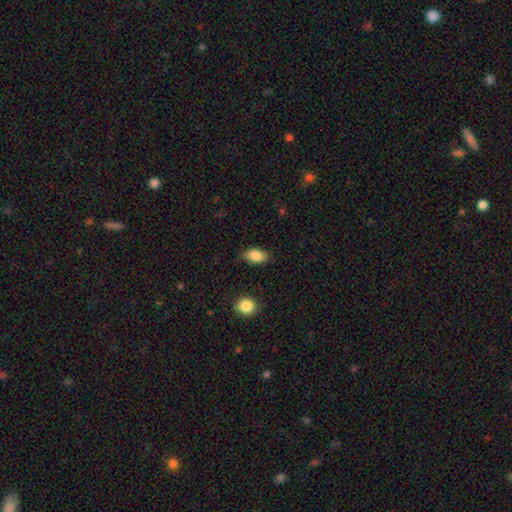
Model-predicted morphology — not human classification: Overall: smooth (86%). How rounded: in between (90%). Merging: none (83%).